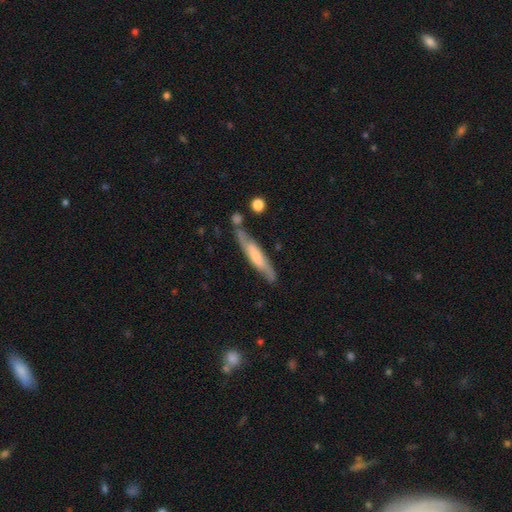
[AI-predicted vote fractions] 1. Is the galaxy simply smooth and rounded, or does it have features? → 50% featured or disk, 44% smooth, 6% star or artifact.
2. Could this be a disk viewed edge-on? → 66% yes, 34% no.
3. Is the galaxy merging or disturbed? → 67% none, 19% minor disturbance, 8% merger, 5% major disturbance.